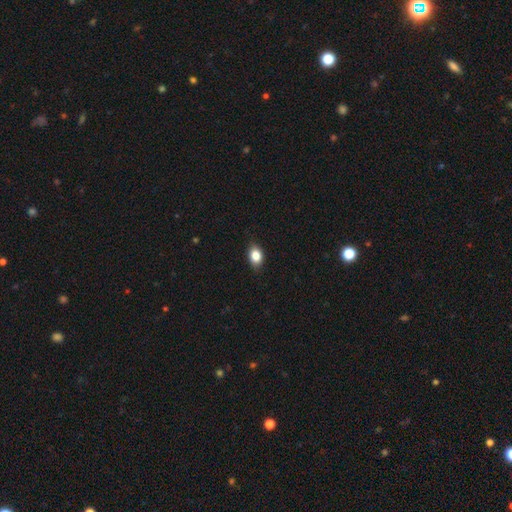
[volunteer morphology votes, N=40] Smooth or featured? 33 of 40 (82%) said smooth. How rounded? 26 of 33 (79%) said in between. Merging? 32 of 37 (86%) said none.